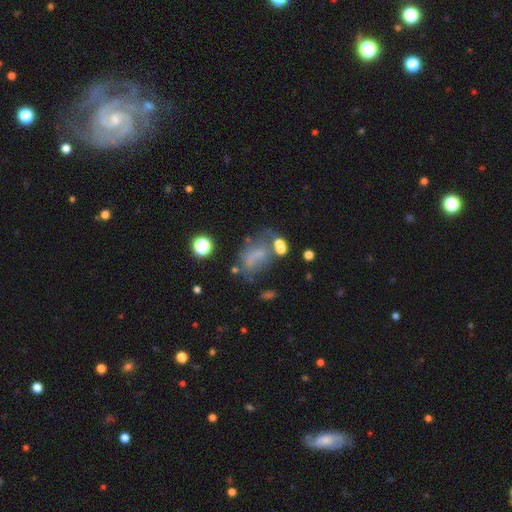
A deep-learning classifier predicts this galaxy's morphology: The model was most divided on "smooth or featured": smooth: 41%, featured or disk: 37%, star or artifact: 22%. Remaining: merging — none (35%).